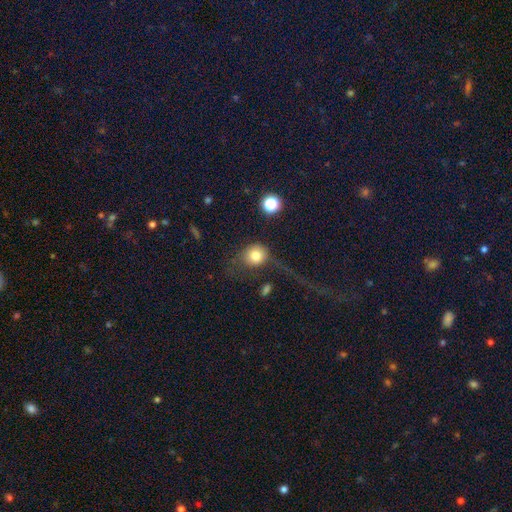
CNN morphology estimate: type=smooth (78%); roundness=round (82%); merging=none (43%).